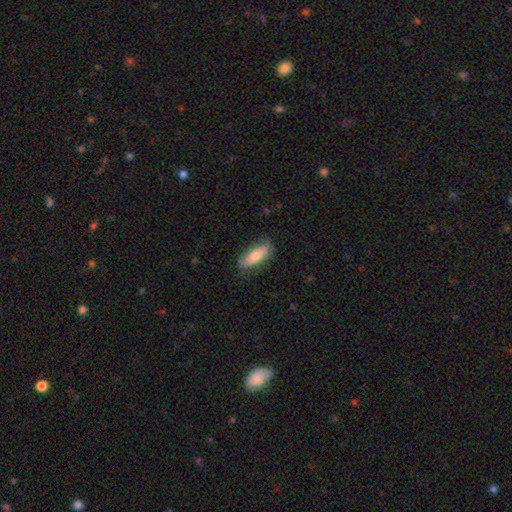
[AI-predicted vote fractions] smooth_or_featured: smooth (p=0.71) [alt: featured or disk p=0.23]
how_rounded: in between (p=0.71) [alt: cigar-shaped p=0.26]
merging: none (p=0.78) [alt: minor disturbance p=0.17]